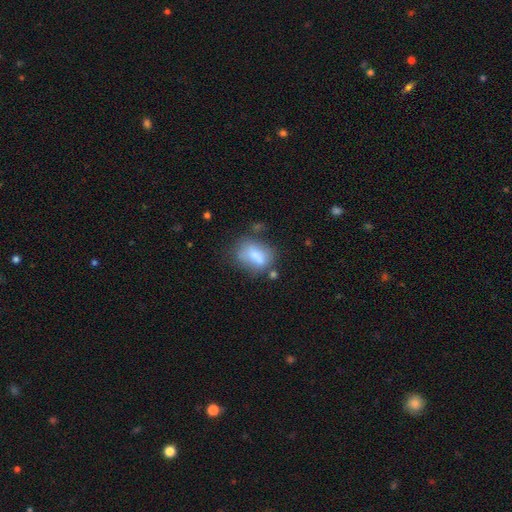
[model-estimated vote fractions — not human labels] This appears to be a smooth galaxy with no disk features (67%) that is in between round and cigar-shaped (74%). Merging: none (43%).